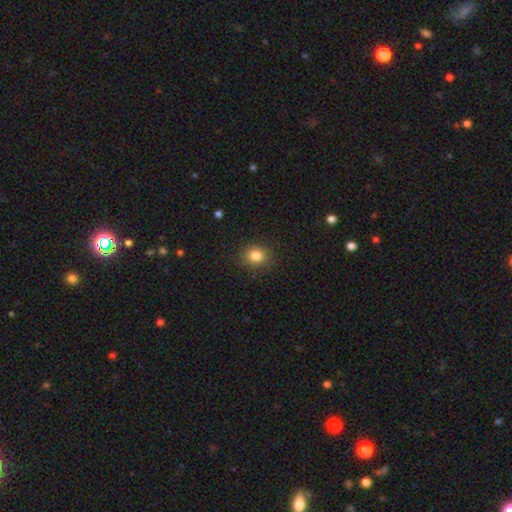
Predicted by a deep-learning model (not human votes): The model was most divided on "how rounded": round: 76%, in between: 23%, cigar-shaped: 1%. More confident: merging — none (86%); smooth or featured — smooth (83%).